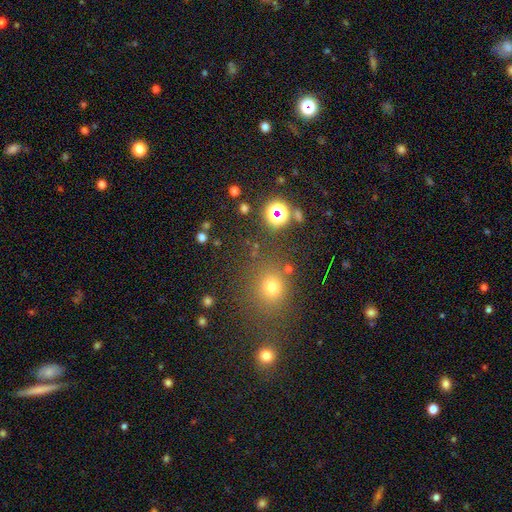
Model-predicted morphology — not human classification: A smooth galaxy with no disk features (51%) that is round (83%). Merging: none (81%).